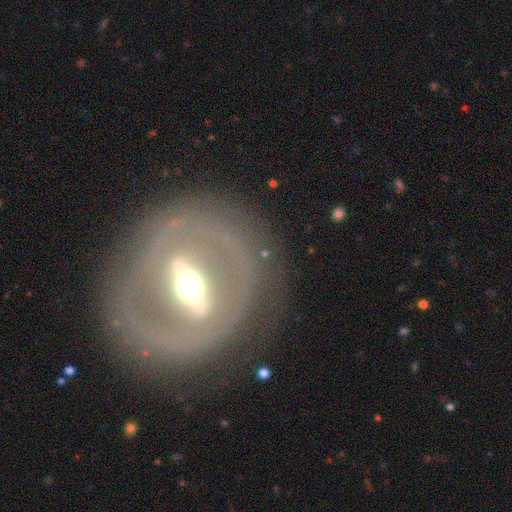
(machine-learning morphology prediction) A featured or disk galaxy (80%) with a strong bar (72%), no spiral arms (67%) and a moderate central bulge (66%).

Vote fractions:
- Smooth or featured? featured or disk: 80% / smooth: 13% / star or artifact: 7%
- Edge-on disk? no: 78% / yes: 22%
- Bar? strong: 72% / weak: 19% / no: 10%
- Spiral arms? no: 67% / yes: 33%
- Bulge size? moderate: 66% / large: 19% / small: 12% / dominant: 2% / none: 1%
- Merging? none: 80% / minor disturbance: 11% / major disturbance: 7% / merger: 2%